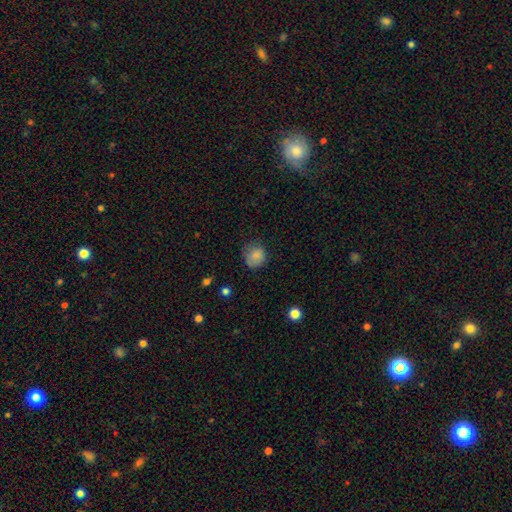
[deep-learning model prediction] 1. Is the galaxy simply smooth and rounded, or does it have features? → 83% smooth, 9% star or artifact, 8% featured or disk.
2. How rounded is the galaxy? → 82% round, 17% in between, 1% cigar-shaped.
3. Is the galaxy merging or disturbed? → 62% none, 28% minor disturbance, 9% major disturbance, 1% merger.